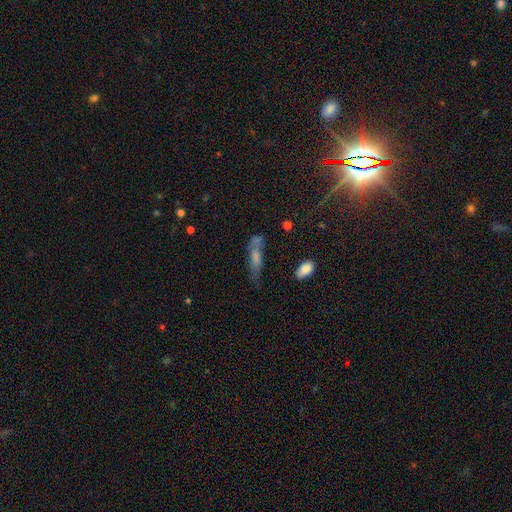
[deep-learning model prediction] smooth_or_featured: smooth (p=0.51) [alt: featured or disk p=0.32]
how_rounded: cigar-shaped (p=0.68) [alt: in between p=0.28]
merging: none (p=0.49) [alt: minor disturbance p=0.24]